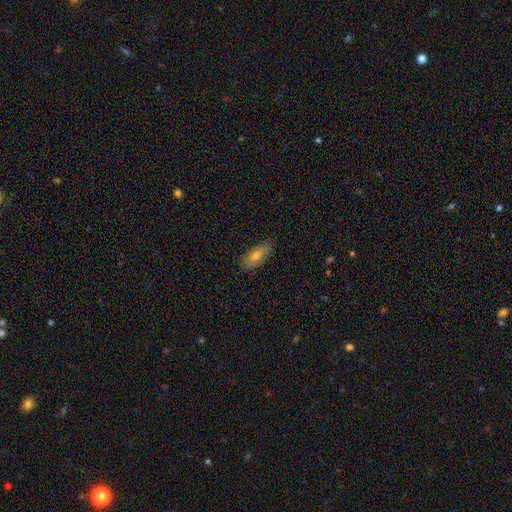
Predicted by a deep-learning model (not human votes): smooth_or_featured: smooth (p=0.68) [alt: featured or disk p=0.23]
how_rounded: in between (p=0.71) [alt: cigar-shaped p=0.26]
merging: none (p=0.80) [alt: minor disturbance p=0.16]